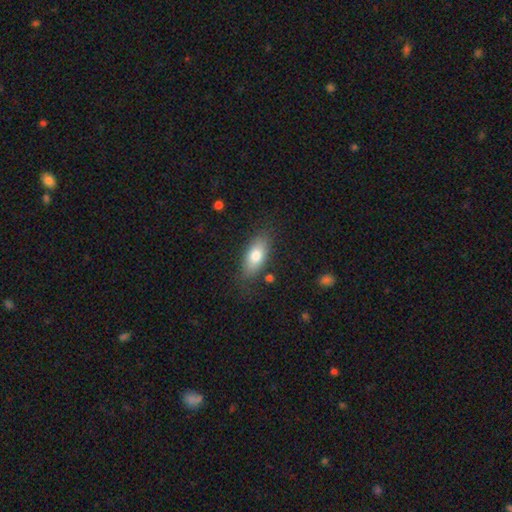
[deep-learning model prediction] Smooth or featured? smooth (77%)
How rounded? in between (85%)
Merging? none (80%)